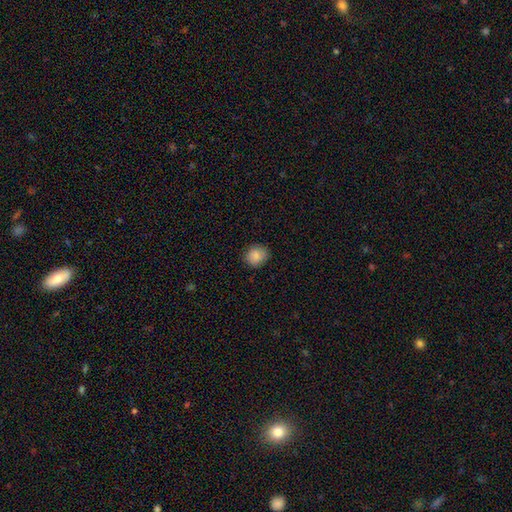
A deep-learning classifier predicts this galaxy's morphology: This appears to be a smooth galaxy with no disk features (87%) that is round (76%). Merging: none (87%).